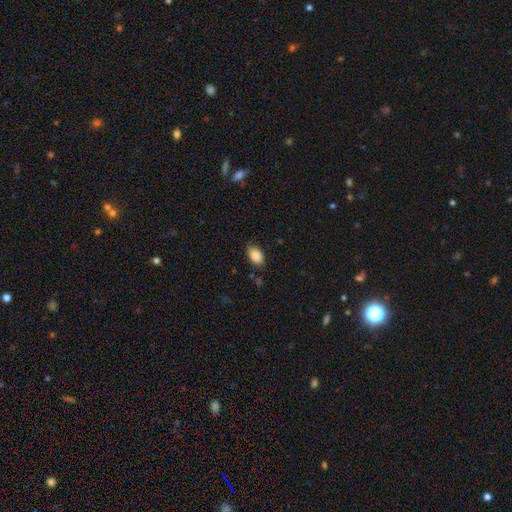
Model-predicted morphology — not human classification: Smooth or featured?
  - smooth: 88% *
  - star or artifact: 8%
  - featured or disk: 5%
How rounded?
  - in between: 90% *
  - round: 9%
  - cigar-shaped: 2%
Merging?
  - none: 81% *
  - minor disturbance: 14%
  - major disturbance: 3%
  - merger: 2%